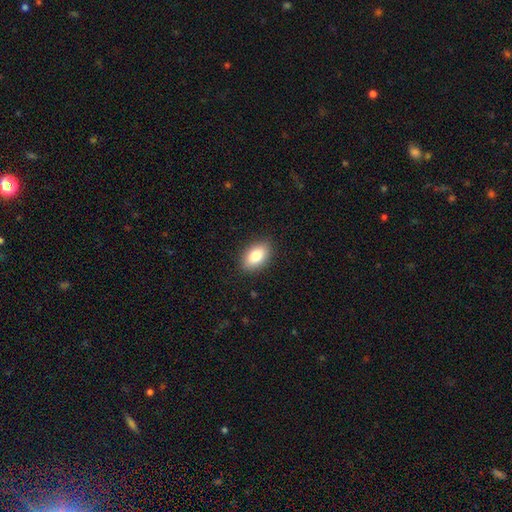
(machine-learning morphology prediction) Smooth or featured? smooth (82%)
How rounded? in between (91%)
Merging? none (88%)